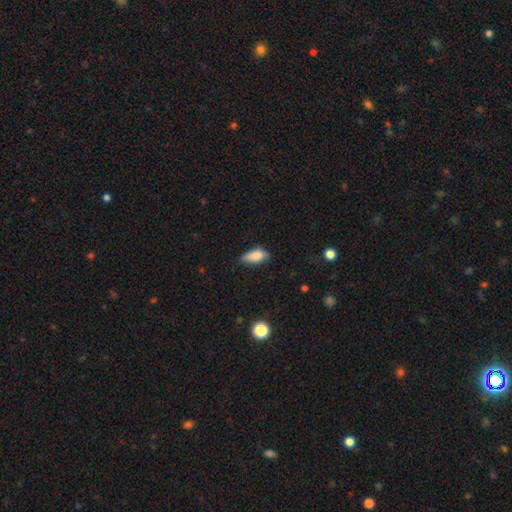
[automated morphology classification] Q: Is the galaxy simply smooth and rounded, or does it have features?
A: smooth — 83%.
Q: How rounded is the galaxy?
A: in between — 83%.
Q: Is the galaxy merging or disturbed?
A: none — 61%.